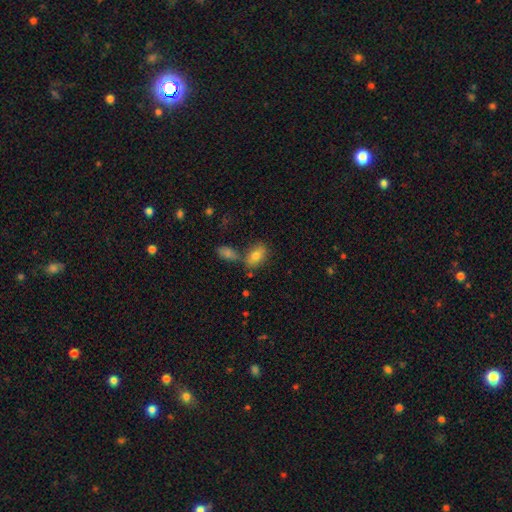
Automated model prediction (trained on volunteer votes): This is likely a smooth galaxy (80%). How rounded: clearly in between (87%). Merging: possibly none (57%).